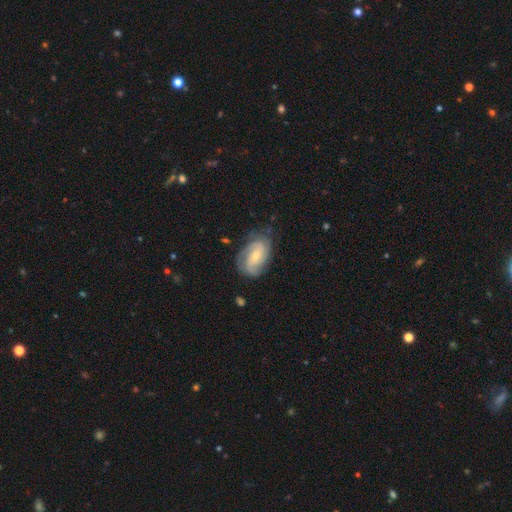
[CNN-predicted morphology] featured or disk 77%, smooth 17%, star or artifact 6%. Down the decision tree: edge-on disk — no (97%); bar — no (52%); spiral arms — yes (94%); spiral arm count — 2 (44%); spiral winding — tight (45%); bulge size — small (60%); merging — none (71%).